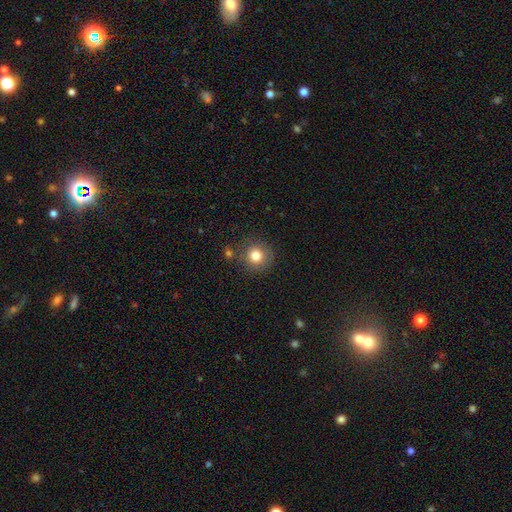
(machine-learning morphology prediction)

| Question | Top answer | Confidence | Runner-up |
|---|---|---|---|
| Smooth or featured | smooth | 80% | star or artifact (12%) |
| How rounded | round | 92% | in between (7%) |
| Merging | none | 81% | minor disturbance (10%) |